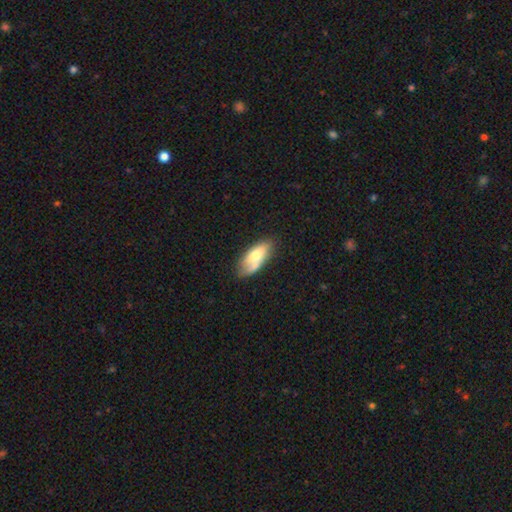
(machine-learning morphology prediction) Smooth or featured? smooth (66%)
How rounded? in between (82%)
Merging? none (53%)